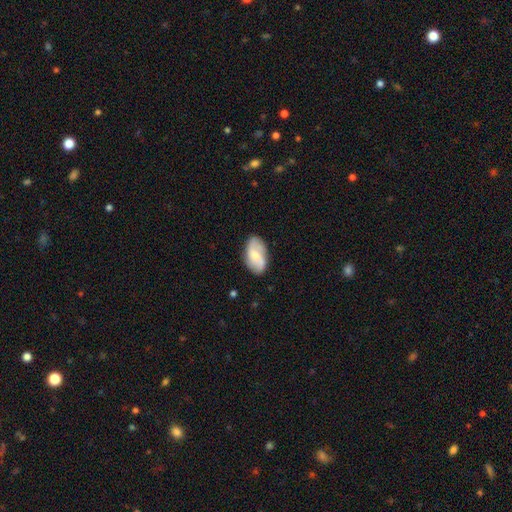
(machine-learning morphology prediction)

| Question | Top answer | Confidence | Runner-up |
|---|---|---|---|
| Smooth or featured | smooth | 48% | featured or disk (46%) |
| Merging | none | 75% | minor disturbance (18%) |